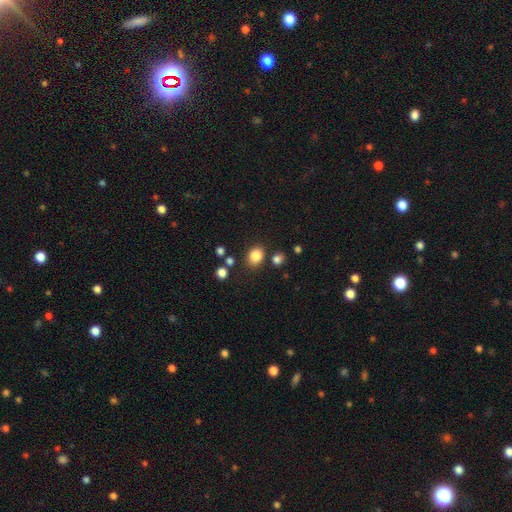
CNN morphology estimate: Smooth or featured?
  - smooth: 85% *
  - star or artifact: 11%
  - featured or disk: 4%
How rounded?
  - round: 55% *
  - in between: 44%
  - cigar-shaped: 1%
Merging?
  - none: 78% *
  - minor disturbance: 11%
  - merger: 7%
  - major disturbance: 4%